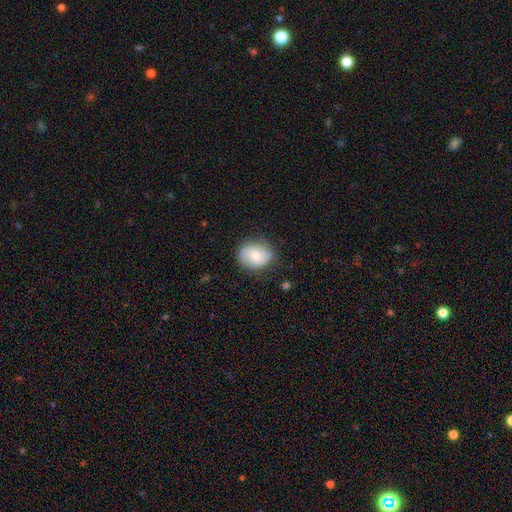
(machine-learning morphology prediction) Q: Smooth or featured?
A: smooth (67%); runner-up: featured or disk (26%)
Q: How rounded?
A: in between (52%); runner-up: round (47%)
Q: Merging?
A: none (76%); runner-up: minor disturbance (18%)